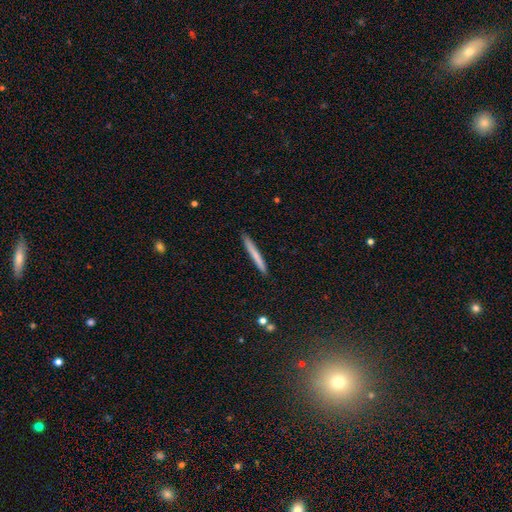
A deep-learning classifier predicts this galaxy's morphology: Smooth or featured? smooth (70%)
How rounded? cigar-shaped (97%)
Merging? none (92%)